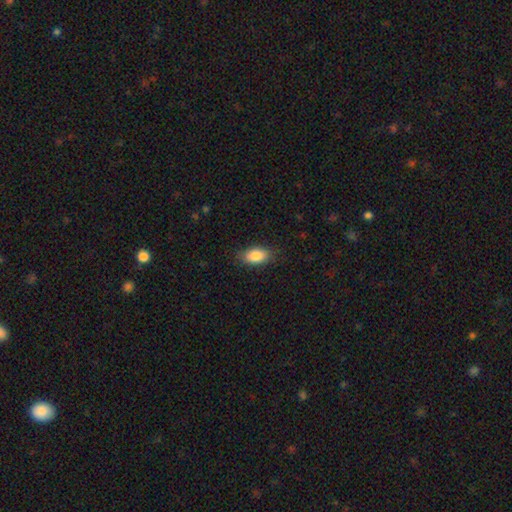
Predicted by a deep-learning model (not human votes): A smooth galaxy with no disk features (86%) that is in between round and cigar-shaped (90%).

Vote fractions:
- Smooth or featured? smooth: 86% / featured or disk: 7% / star or artifact: 7%
- How rounded? in between: 90% / round: 5% / cigar-shaped: 5%
- Merging? none: 84% / minor disturbance: 13% / major disturbance: 3% / merger: 1%